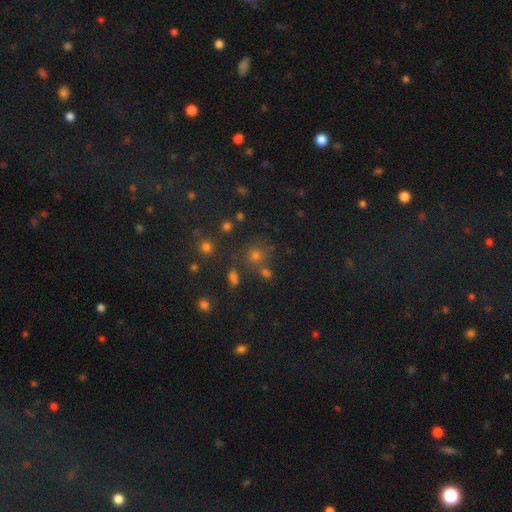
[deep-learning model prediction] The model was most divided on "smooth or featured": smooth: 56%, star or artifact: 35%, featured or disk: 8%. More confident: how rounded — round (88%); merging — none (72%).